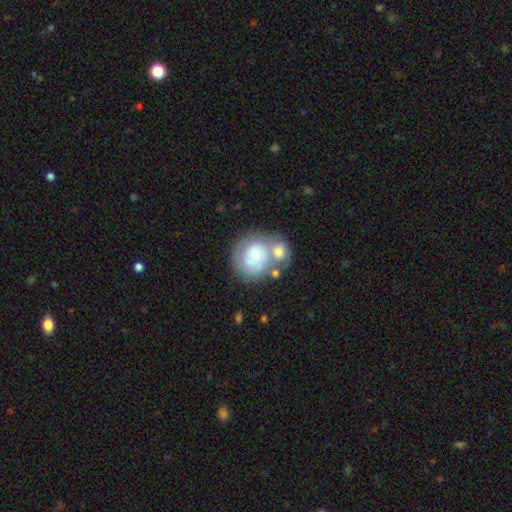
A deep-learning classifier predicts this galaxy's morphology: Smooth or featured? Predicted: smooth (p=0.47, tied with featured or disk). Merging? Predicted: merger (p=0.46).